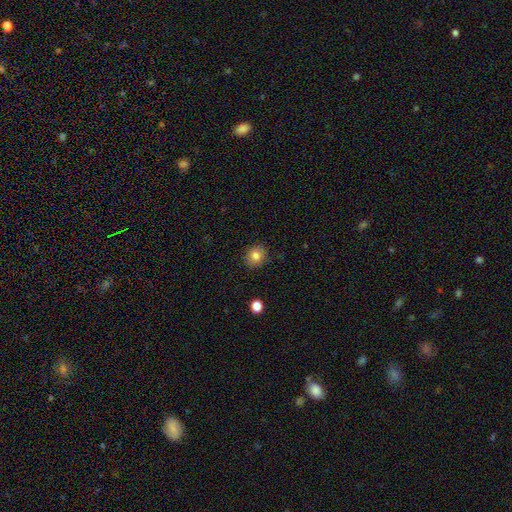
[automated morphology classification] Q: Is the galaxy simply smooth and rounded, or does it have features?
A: smooth — 81%.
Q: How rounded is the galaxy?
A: round — 76%.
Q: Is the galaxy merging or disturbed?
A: none — 89%.